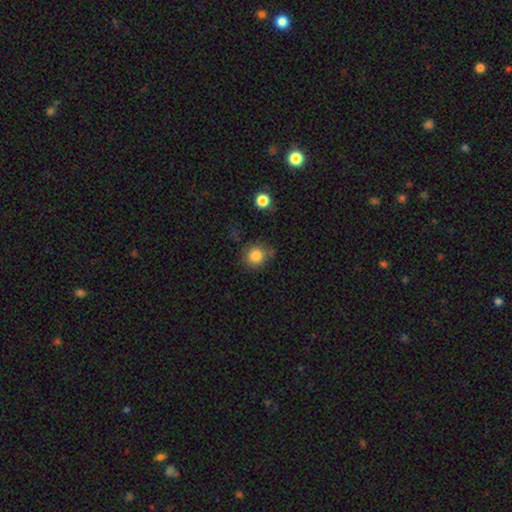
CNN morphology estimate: The model was most divided on "merging": none: 70%, minor disturbance: 19%, major disturbance: 6%, merger: 5%. More confident: how rounded — round (86%); smooth or featured — smooth (84%).